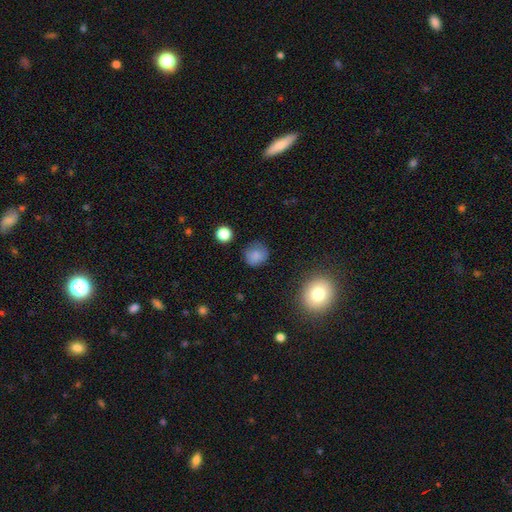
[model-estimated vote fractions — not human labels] This is clearly a smooth galaxy (82%). How rounded: clearly round (83%). Merging: likely none (74%).